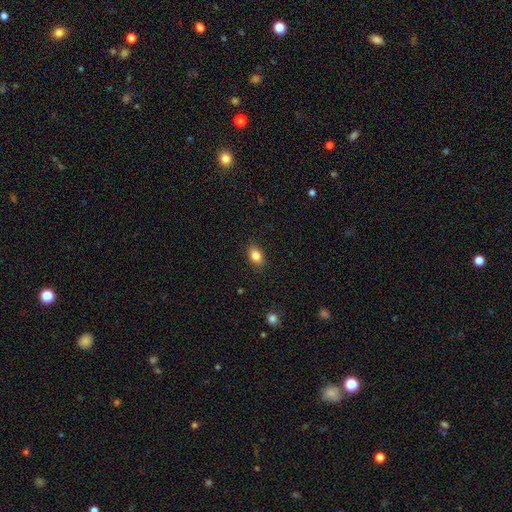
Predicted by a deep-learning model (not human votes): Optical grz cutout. It shows a smooth galaxy with no disk features (84%) that is in between round and cigar-shaped (82%). Merging: none (88%).